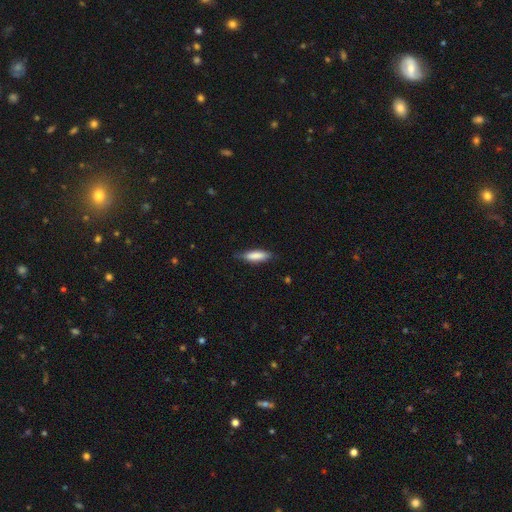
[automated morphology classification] Smooth or featured? smooth (81%)
How rounded? cigar-shaped (54%)
Merging? none (77%)